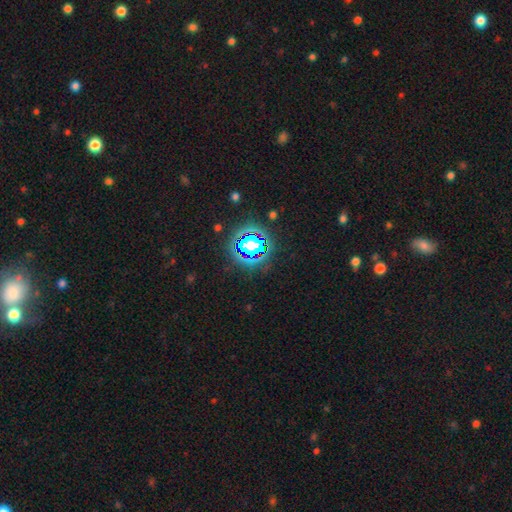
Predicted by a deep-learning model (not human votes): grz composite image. It shows a star or artifact, not a galaxy (82%).